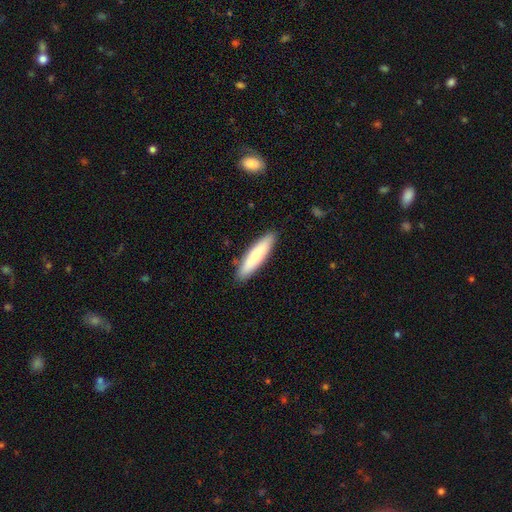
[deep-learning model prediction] A smooth galaxy with no disk features (71%) that is cigar-shaped (78%). Merging: none (89%).